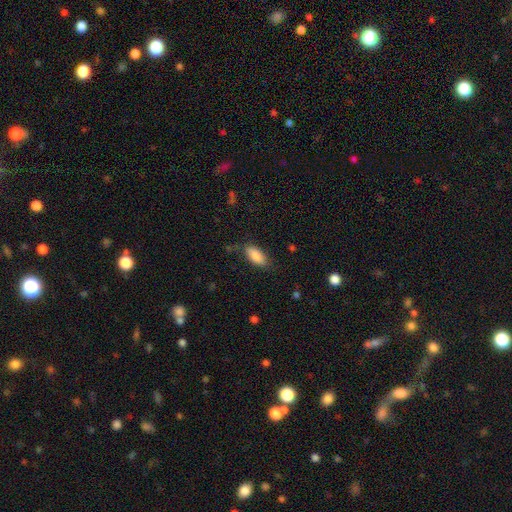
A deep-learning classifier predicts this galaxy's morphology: Smooth or featured? Predicted: smooth (p=0.86). How rounded? Predicted: in between (p=0.89). Merging? Predicted: none (p=0.74).